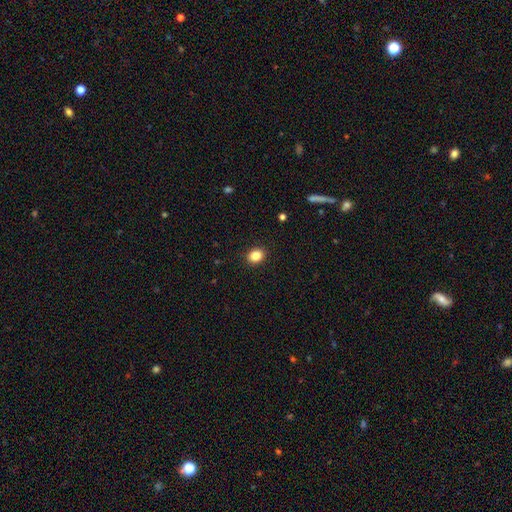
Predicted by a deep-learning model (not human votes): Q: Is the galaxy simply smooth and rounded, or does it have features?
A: smooth — 86%.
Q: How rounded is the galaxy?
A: in between — 50%.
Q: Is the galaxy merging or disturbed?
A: none — 91%.